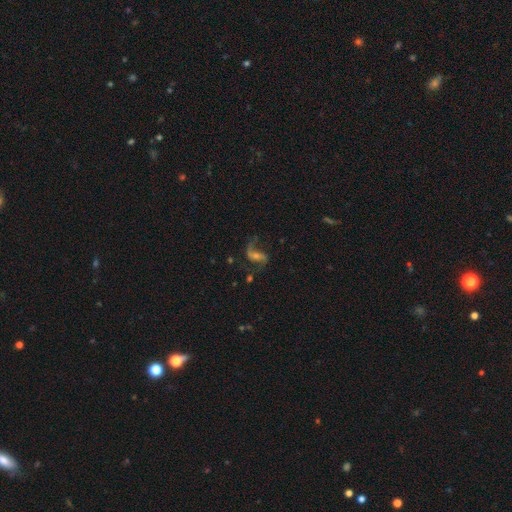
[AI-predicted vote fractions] This is clearly a featured or disk galaxy (82%). It is clearly not viewed edge-on (97%). Bar: marginally weak (42%). Spiral arm pattern: clearly yes (95%). Spiral arm count: clearly 2 (85%). Spiral winding: likely loose (72%). Central bulge: possibly small (53%). Merging: likely none (64%).